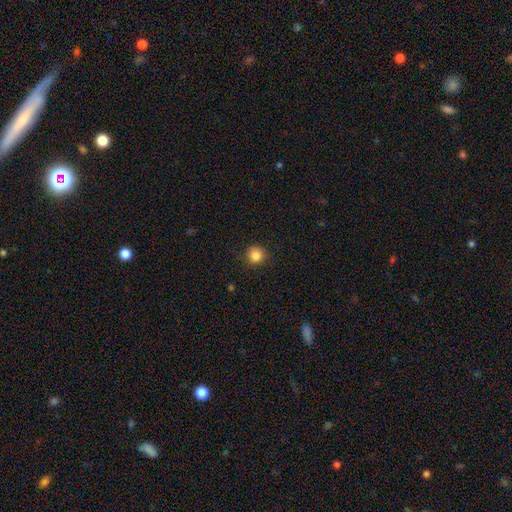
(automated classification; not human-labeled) Overall: smooth (84%). How rounded: round (93%). Merging: none (86%).